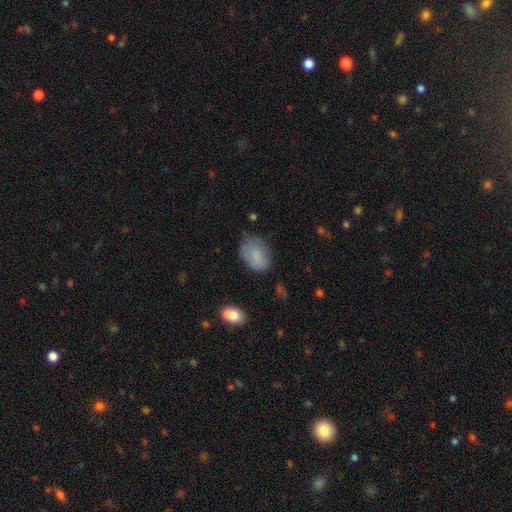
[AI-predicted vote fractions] Morphology: type=smooth (81%); roundness=in between (81%); merging=none (59%).